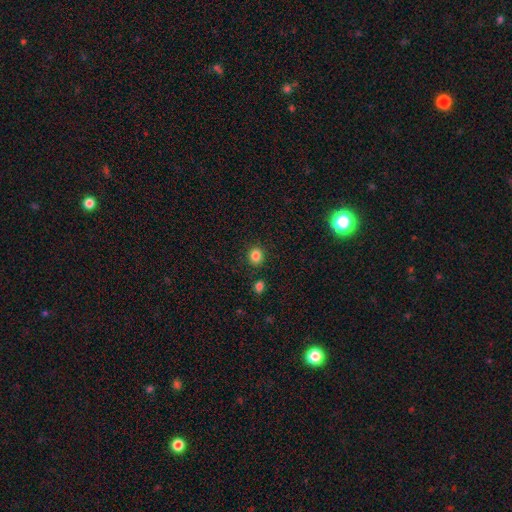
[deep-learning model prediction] Smooth or featured: smooth — 84% (star or artifact — 12%)
How rounded: round — 77% (in between — 22%)
Merging: none — 87% (minor disturbance — 7%)